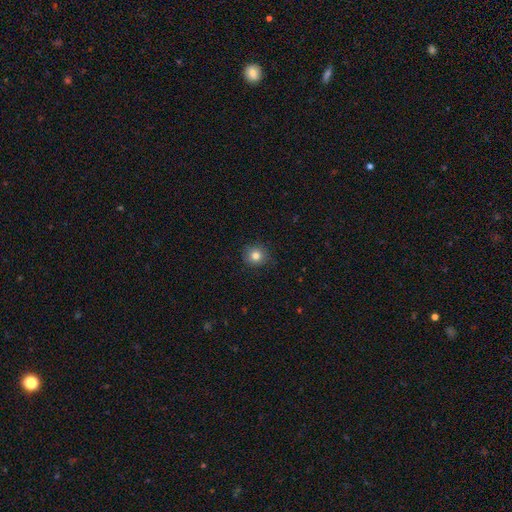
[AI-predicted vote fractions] This appears to be a smooth galaxy with no disk features (82%) that is round (90%). Merging: none (89%).